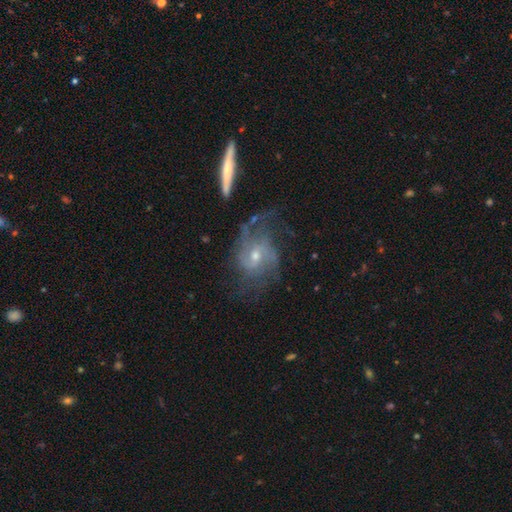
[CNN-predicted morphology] A featured or disk galaxy (81%) with no bar (54%), 2 (46%) medium (41%) spiral arms (90%) and a small central bulge (51%). Merging: none (47%).